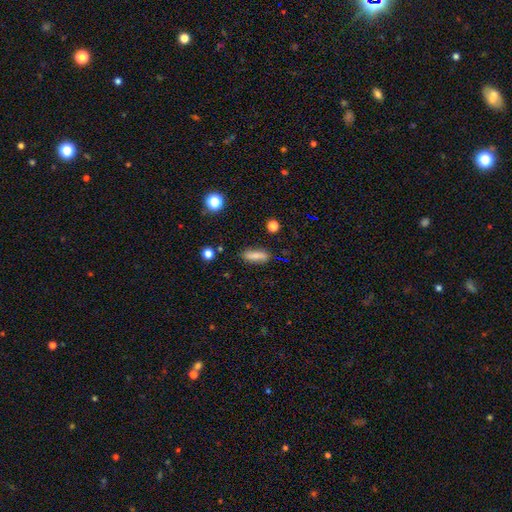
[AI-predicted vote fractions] smooth-or-featured: smooth: 76% | featured or disk: 15% | star or artifact: 9%
  how-rounded: in between: 57% | cigar-shaped: 39% | round: 4%
  merging: none: 81% | minor disturbance: 13% | major disturbance: 3% | merger: 3%